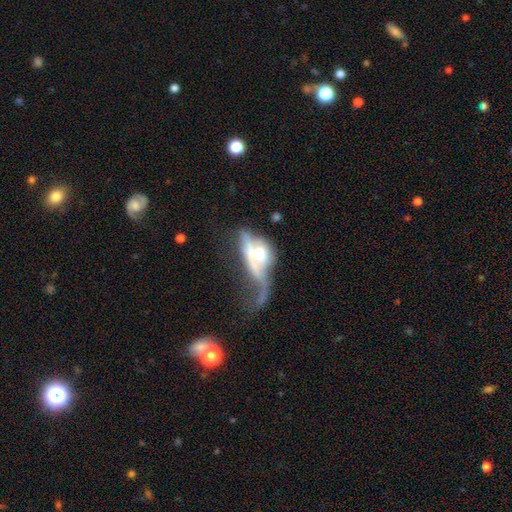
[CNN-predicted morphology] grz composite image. It shows a featured or disk galaxy (55%). Merging: major disturbance (44%).